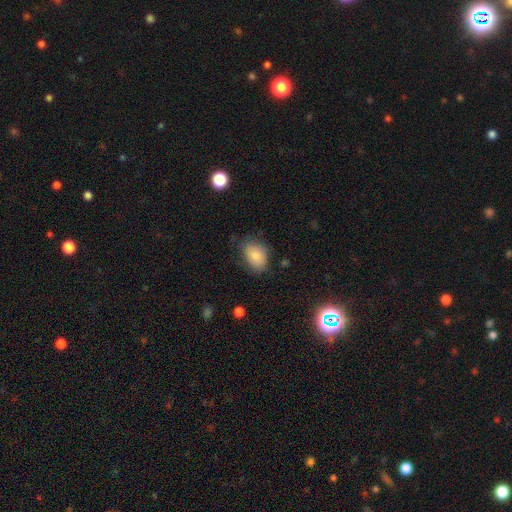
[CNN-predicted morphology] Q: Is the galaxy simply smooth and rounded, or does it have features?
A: smooth — 83%.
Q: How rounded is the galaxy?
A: in between — 82%.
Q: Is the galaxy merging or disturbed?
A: none — 69%.